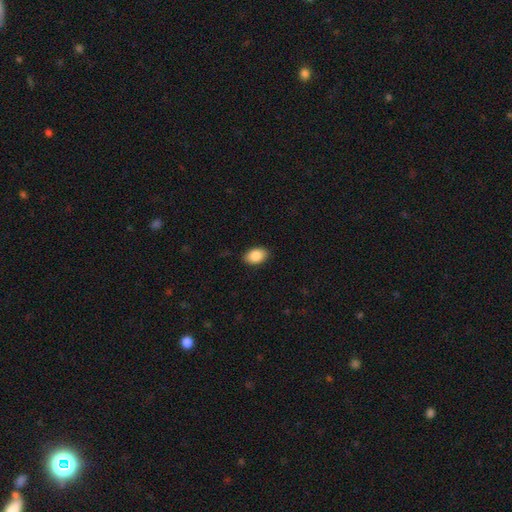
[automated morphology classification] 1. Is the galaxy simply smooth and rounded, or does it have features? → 87% smooth, 7% star or artifact, 5% featured or disk.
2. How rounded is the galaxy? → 90% in between, 9% round, 1% cigar-shaped.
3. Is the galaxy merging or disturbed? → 88% none, 9% minor disturbance, 2% major disturbance, 1% merger.